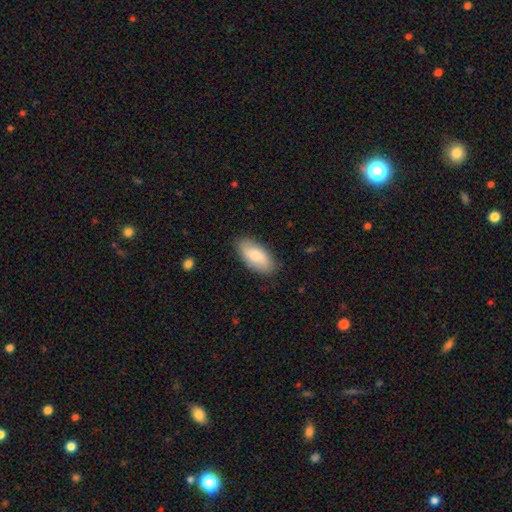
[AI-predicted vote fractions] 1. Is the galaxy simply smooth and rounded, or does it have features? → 75% smooth, 18% featured or disk, 6% star or artifact.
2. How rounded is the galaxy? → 92% in between, 5% cigar-shaped, 2% round.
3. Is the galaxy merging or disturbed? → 82% none, 13% minor disturbance, 3% major disturbance, 1% merger.